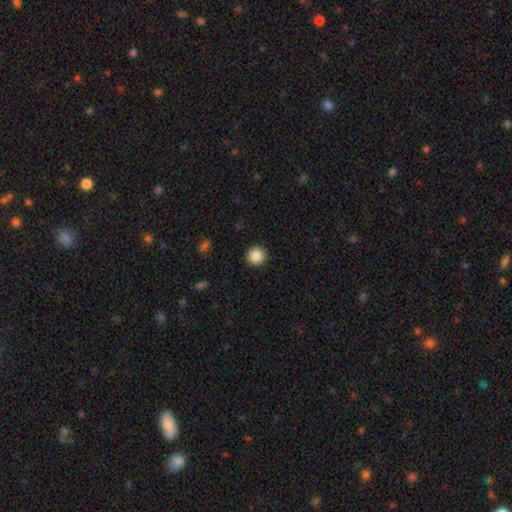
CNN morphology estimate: Smooth or featured? Predicted: smooth (p=0.87). How rounded? Predicted: round (p=0.95). Merging? Predicted: none (p=0.93).